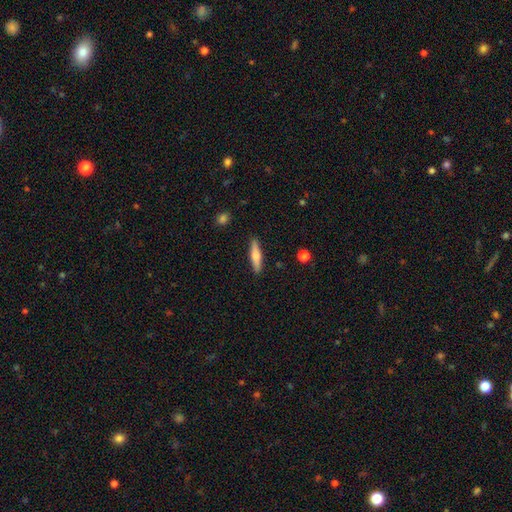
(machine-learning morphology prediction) A smooth galaxy with no disk features (63%) that is cigar-shaped (79%).

Vote fractions:
- Smooth or featured? smooth: 63% / featured or disk: 31% / star or artifact: 6%
- How rounded? cigar-shaped: 79% / in between: 19% / round: 2%
- Merging? none: 89% / minor disturbance: 8% / major disturbance: 2% / merger: 1%